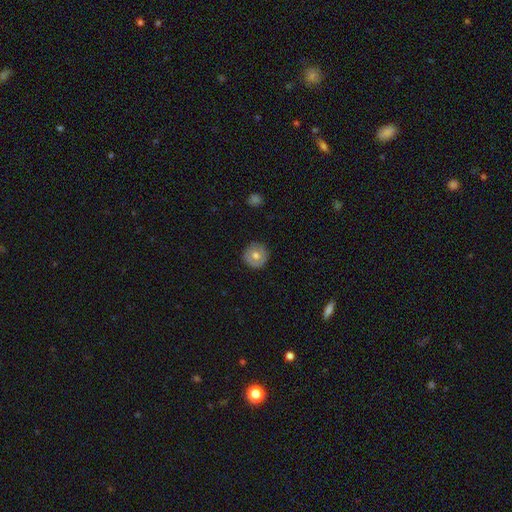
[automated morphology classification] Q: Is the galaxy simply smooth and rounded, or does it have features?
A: smooth — 67%.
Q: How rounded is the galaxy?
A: round — 95%.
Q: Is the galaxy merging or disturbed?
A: none — 88%.